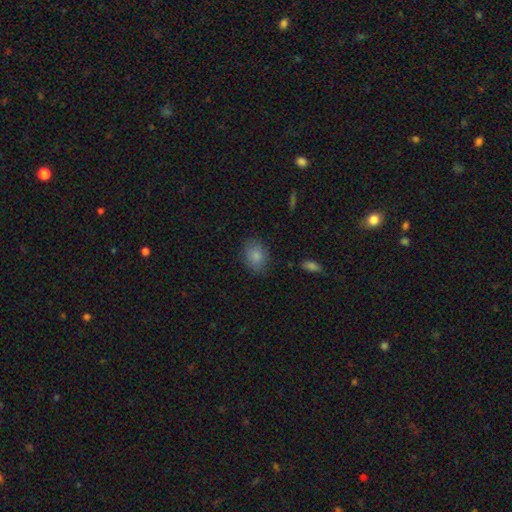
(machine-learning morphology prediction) Smooth or featured: smooth — 84% (star or artifact — 8%)
How rounded: in between — 61% (round — 38%)
Merging: none — 79% (minor disturbance — 16%)